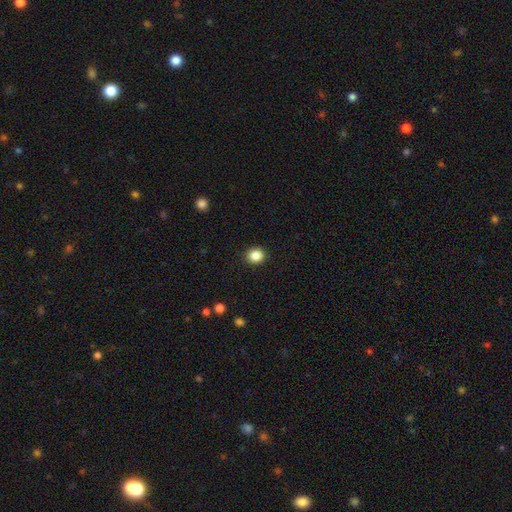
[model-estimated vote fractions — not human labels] Morphology: type=smooth (86%); roundness=round (79%); merging=none (92%).